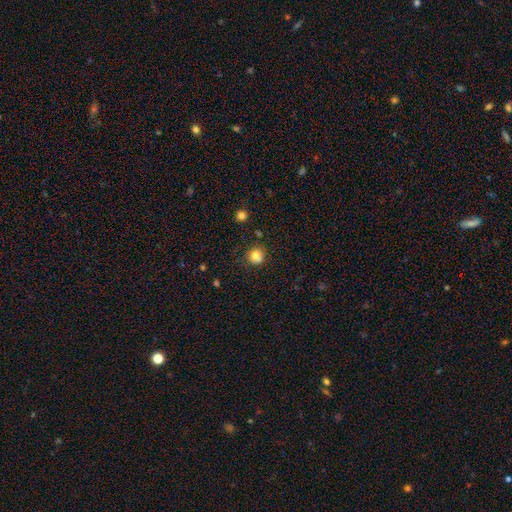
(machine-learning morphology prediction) type=smooth (82%); roundness=round (89%); merging=none (77%).